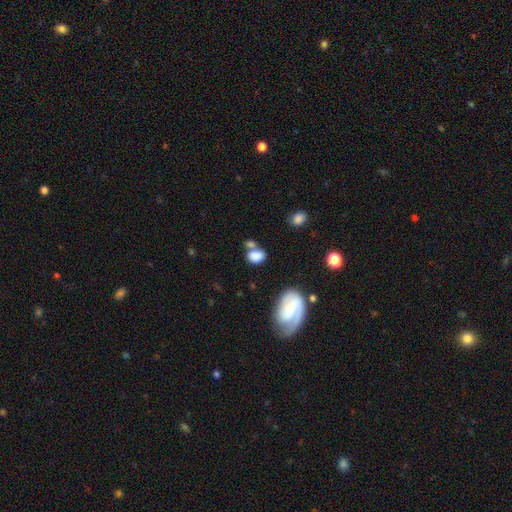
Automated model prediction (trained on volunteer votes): smooth 81%, featured or disk 10%, star or artifact 9%. Down the decision tree: how rounded — in between (65%); merging — none (45%).